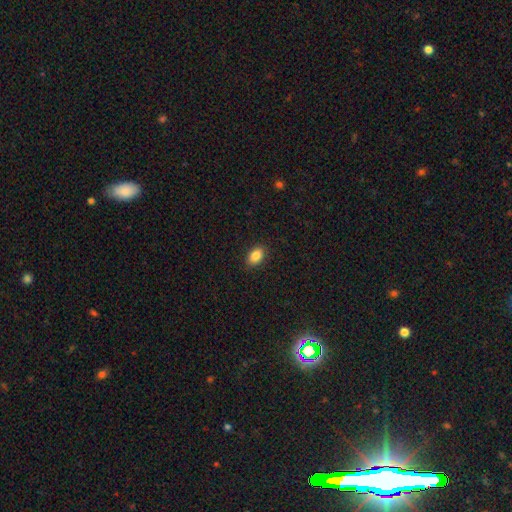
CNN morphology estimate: type=smooth (87%); roundness=in between (88%); merging=none (89%).